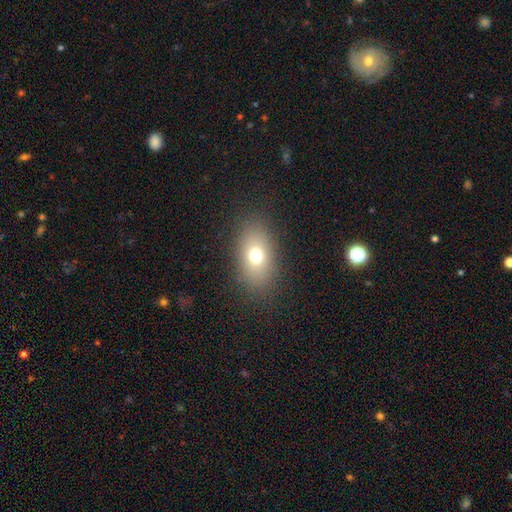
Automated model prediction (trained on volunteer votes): The model was most divided on "smooth or featured": smooth: 70%, featured or disk: 16%, star or artifact: 14%. More confident: merging — none (85%); how rounded — in between (77%).